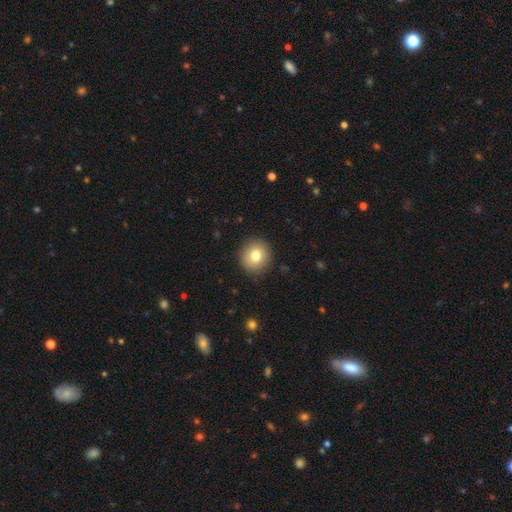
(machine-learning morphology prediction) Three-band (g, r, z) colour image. It shows a smooth galaxy with no disk features (78%) that is round (86%). Merging: none (90%).